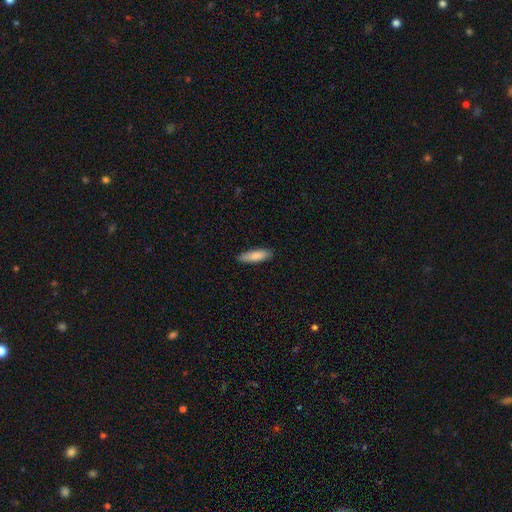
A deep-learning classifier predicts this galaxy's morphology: Smooth or featured? smooth (83%)
How rounded? cigar-shaped (56%)
Merging? none (86%)